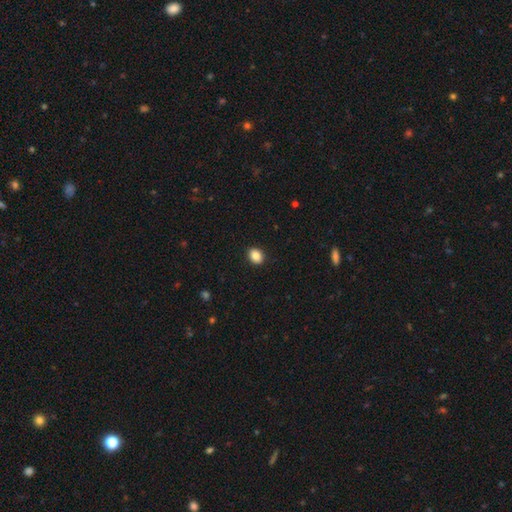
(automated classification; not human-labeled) Smooth or featured? smooth (86%)
How rounded? in between (58%)
Merging? none (91%)